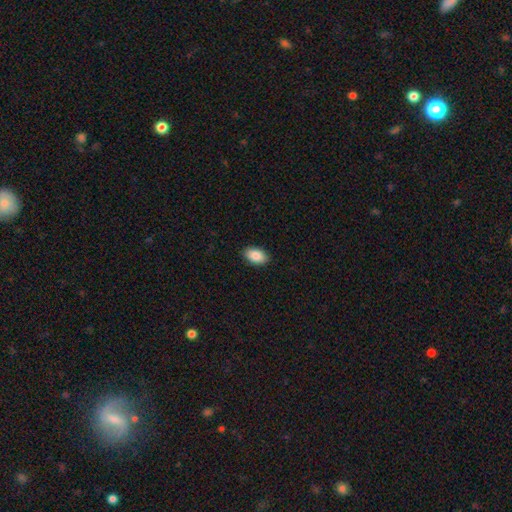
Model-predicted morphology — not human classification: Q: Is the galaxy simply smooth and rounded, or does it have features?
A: smooth — 89%.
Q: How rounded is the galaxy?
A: in between — 93%.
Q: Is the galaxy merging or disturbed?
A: none — 89%.